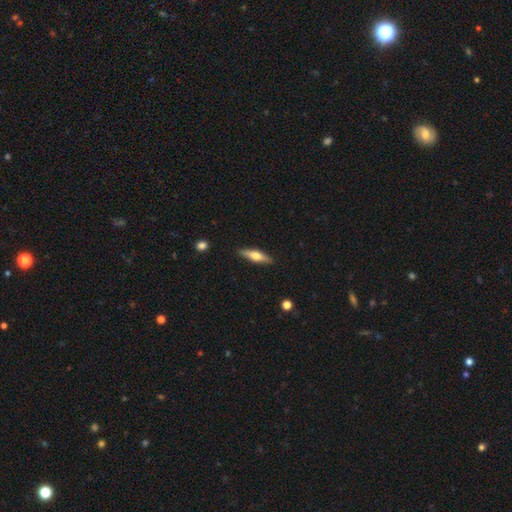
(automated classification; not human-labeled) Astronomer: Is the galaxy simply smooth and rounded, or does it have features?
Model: smooth — 48% (runner-up: featured or disk, 47%).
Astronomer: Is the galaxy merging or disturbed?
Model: none — 89%.